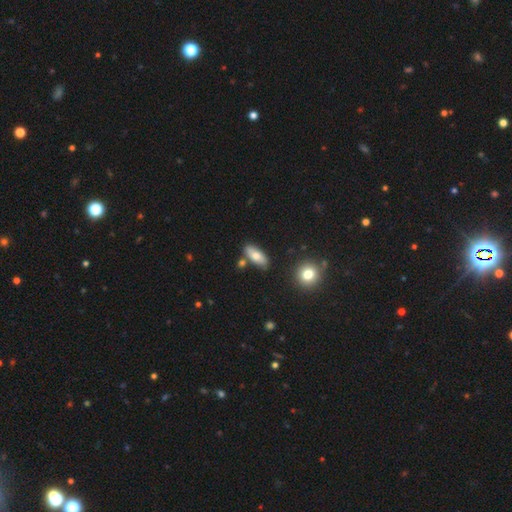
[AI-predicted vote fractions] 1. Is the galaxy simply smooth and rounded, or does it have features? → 74% smooth, 19% featured or disk, 7% star or artifact.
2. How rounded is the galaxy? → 80% in between, 16% cigar-shaped, 4% round.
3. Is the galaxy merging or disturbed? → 79% none, 12% minor disturbance, 7% merger, 3% major disturbance.